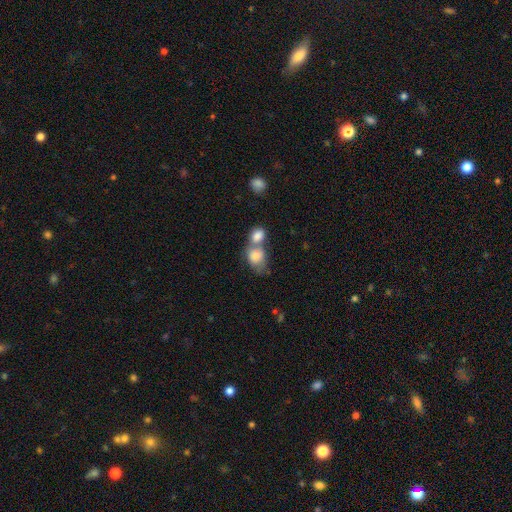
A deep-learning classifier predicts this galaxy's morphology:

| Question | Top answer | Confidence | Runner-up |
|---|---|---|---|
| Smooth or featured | smooth | 81% | featured or disk (12%) |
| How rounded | in between | 62% | round (37%) |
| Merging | merger | 68% | none (19%) |